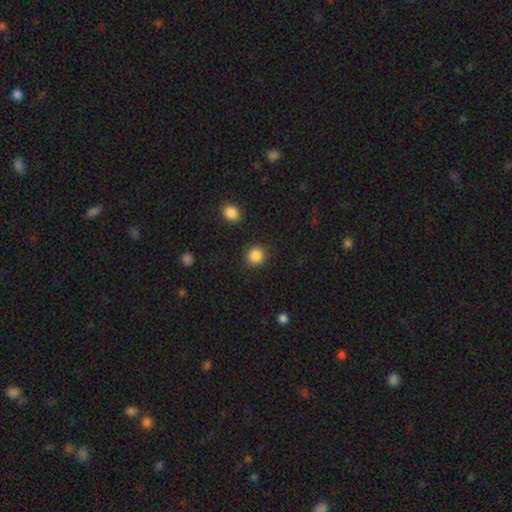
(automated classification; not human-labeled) A smooth galaxy with no disk features (87%) that is round (91%).

Vote fractions:
- Smooth or featured? smooth: 87% / star or artifact: 10% / featured or disk: 3%
- How rounded? round: 91% / in between: 8% / cigar-shaped: 1%
- Merging? none: 89% / minor disturbance: 6% / major disturbance: 2% / merger: 2%